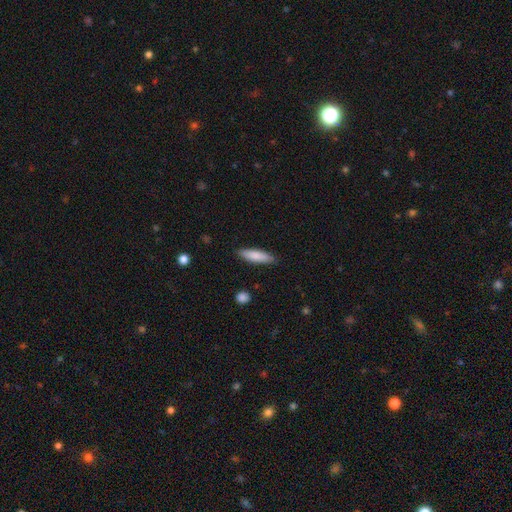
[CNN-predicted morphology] A smooth galaxy with no disk features (81%) that is cigar-shaped (70%).

Vote fractions:
- Smooth or featured? smooth: 81% / featured or disk: 14% / star or artifact: 6%
- How rounded? cigar-shaped: 70% / in between: 29% / round: 1%
- Merging? none: 88% / minor disturbance: 9% / major disturbance: 2% / merger: 1%